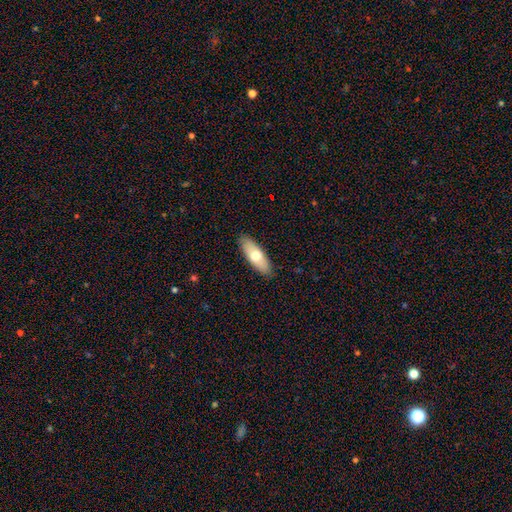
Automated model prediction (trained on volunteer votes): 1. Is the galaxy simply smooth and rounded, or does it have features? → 66% smooth, 28% featured or disk, 6% star or artifact.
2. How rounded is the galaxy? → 65% in between, 33% cigar-shaped, 2% round.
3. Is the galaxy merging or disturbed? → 88% none, 9% minor disturbance, 2% major disturbance, 1% merger.